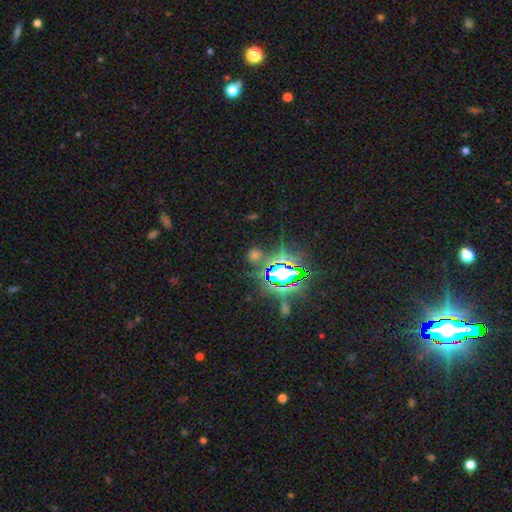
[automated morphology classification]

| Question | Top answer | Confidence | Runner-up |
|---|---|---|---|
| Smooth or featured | star or artifact | 66% | smooth (25%) |